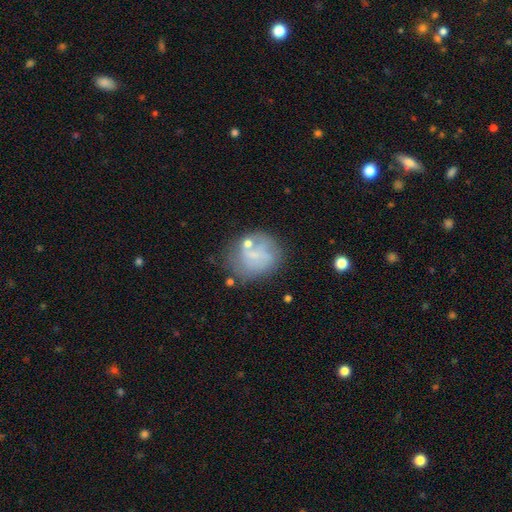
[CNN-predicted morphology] Smooth or featured? Predicted: smooth (p=0.47). Merging? Predicted: none (p=0.55).